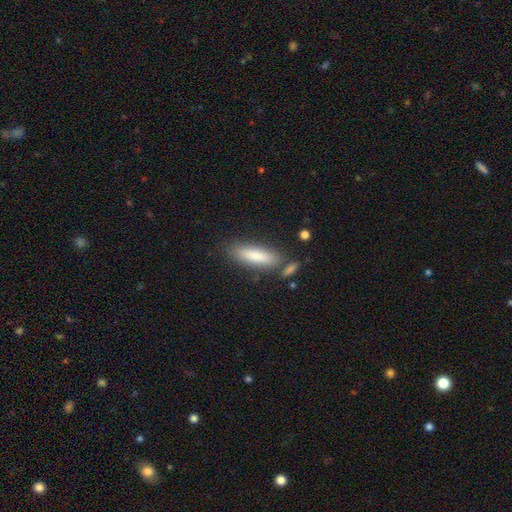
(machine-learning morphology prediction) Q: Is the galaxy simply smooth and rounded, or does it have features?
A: smooth — 71%.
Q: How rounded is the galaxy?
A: cigar-shaped — 64%.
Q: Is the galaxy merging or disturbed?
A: none — 74%.